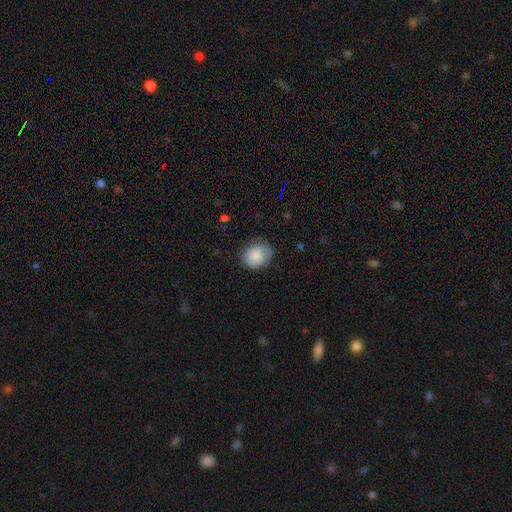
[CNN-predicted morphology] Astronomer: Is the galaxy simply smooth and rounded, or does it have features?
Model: smooth — 83%.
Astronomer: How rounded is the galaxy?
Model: round — 62% (runner-up: in between, 38%).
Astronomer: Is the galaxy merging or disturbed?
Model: none — 71%.